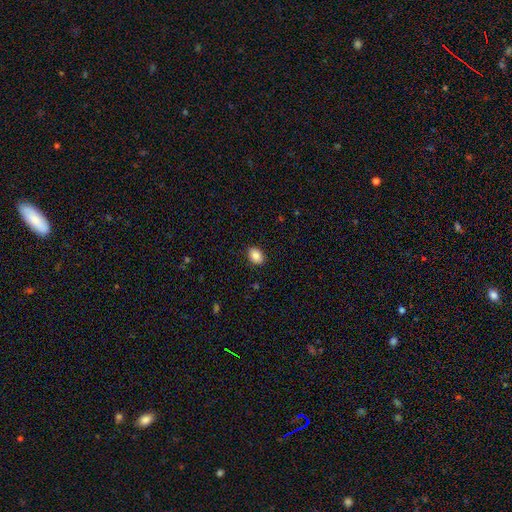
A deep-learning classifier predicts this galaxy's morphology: smooth_or_featured: smooth (p=0.86) [alt: star or artifact p=0.08]
how_rounded: in between (p=0.78) [alt: round p=0.21]
merging: none (p=0.89) [alt: minor disturbance p=0.08]